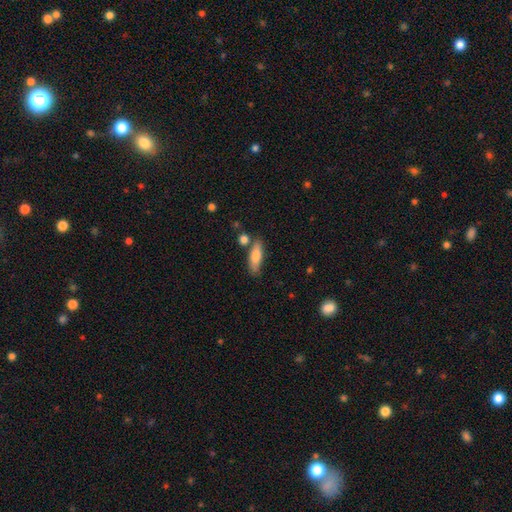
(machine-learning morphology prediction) smooth-or-featured: smooth: 77% | featured or disk: 17% | star or artifact: 6%
  how-rounded: in between: 51% | cigar-shaped: 47% | round: 3%
  merging: none: 70% | minor disturbance: 16% | merger: 10% | major disturbance: 4%